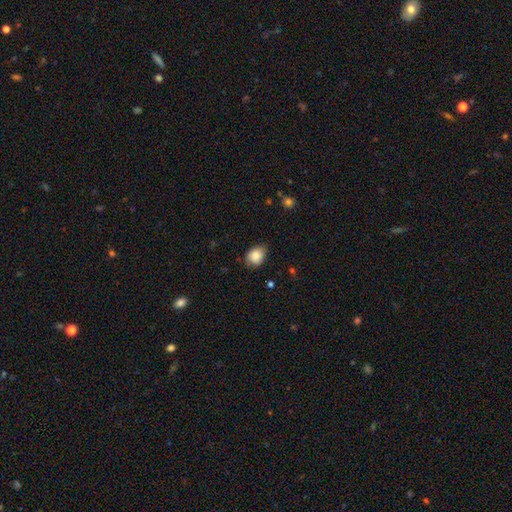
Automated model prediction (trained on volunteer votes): Smooth or featured? smooth (83%)
How rounded? in between (61%)
Merging? none (66%)